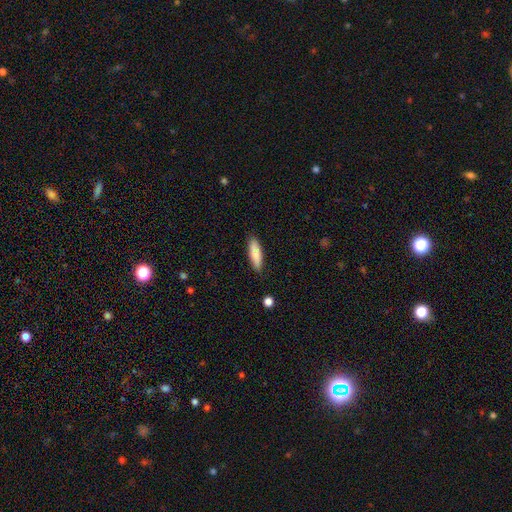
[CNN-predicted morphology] type=smooth (80%); roundness=cigar-shaped (59%); merging=none (85%).